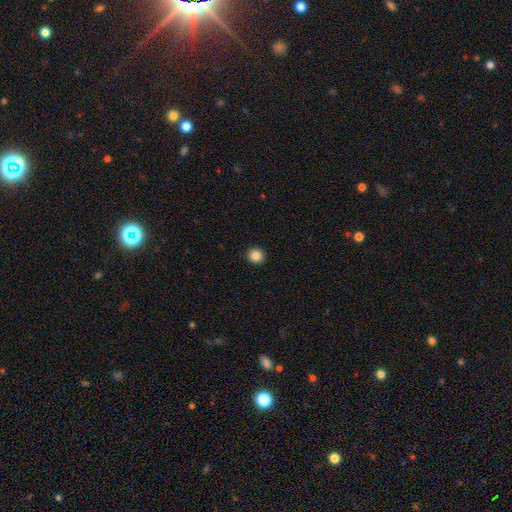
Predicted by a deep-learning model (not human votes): This appears to be a smooth galaxy with no disk features (86%) that is round (91%). Merging: none (93%).